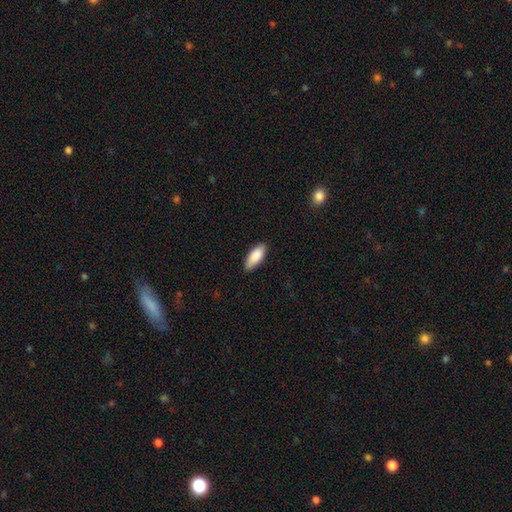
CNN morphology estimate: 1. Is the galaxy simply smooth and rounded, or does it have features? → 88% smooth, 7% featured or disk, 6% star or artifact.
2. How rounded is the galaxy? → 79% in between, 19% cigar-shaped, 2% round.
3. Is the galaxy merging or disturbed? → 85% none, 12% minor disturbance, 2% major disturbance, 1% merger.